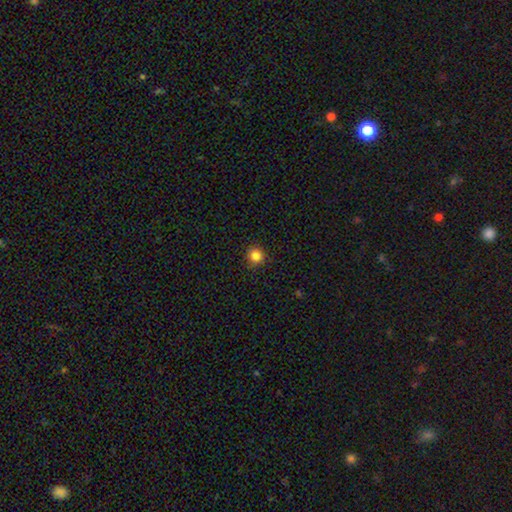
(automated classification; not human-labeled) Smooth or featured: smooth — 84% (star or artifact — 12%)
How rounded: round — 93% (in between — 6%)
Merging: none — 91% (minor disturbance — 6%)